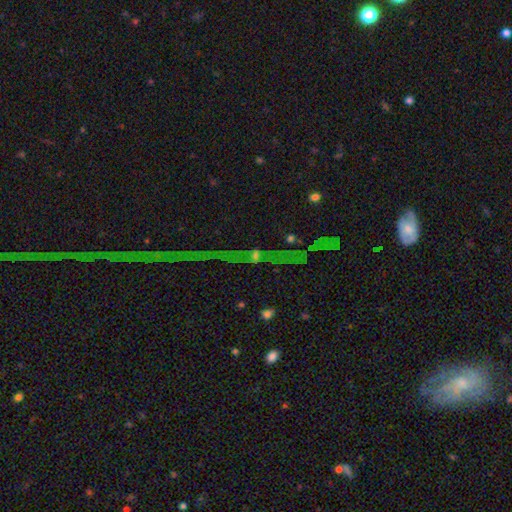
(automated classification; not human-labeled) Q: Smooth or featured?
A: star or artifact (58%); runner-up: featured or disk (25%)